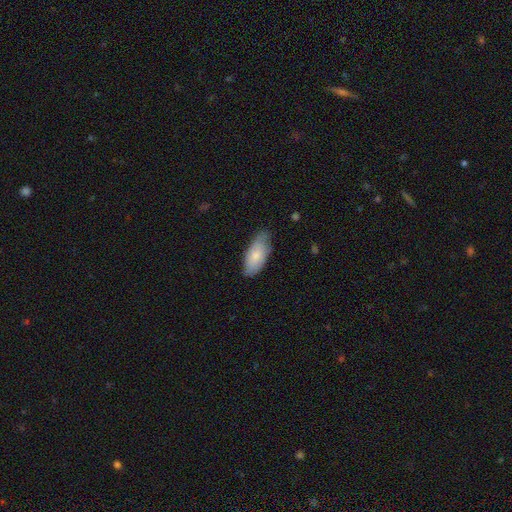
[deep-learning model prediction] A smooth galaxy with no disk features (76%) that is in between round and cigar-shaped (88%). Merging: none (67%).